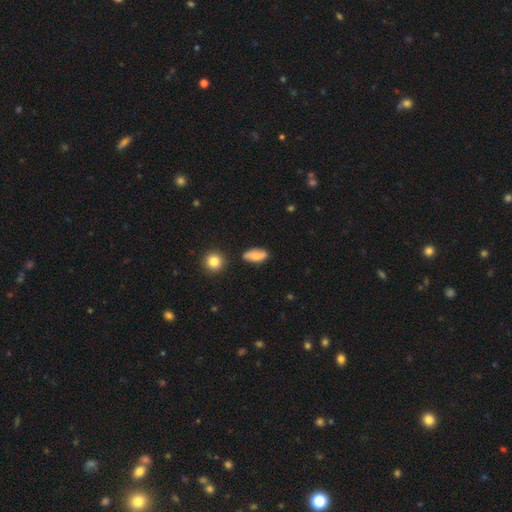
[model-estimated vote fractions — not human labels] This is likely a smooth galaxy (71%). How rounded: clearly in between (82%). Merging: clearly none (81%).